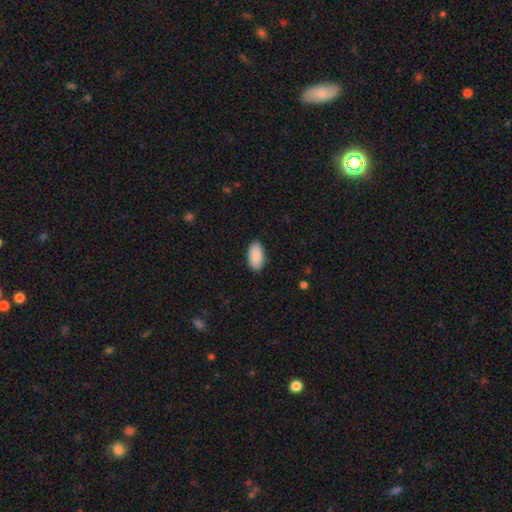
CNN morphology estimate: This is clearly a smooth galaxy (90%). How rounded: clearly in between (95%). Merging: clearly none (88%).